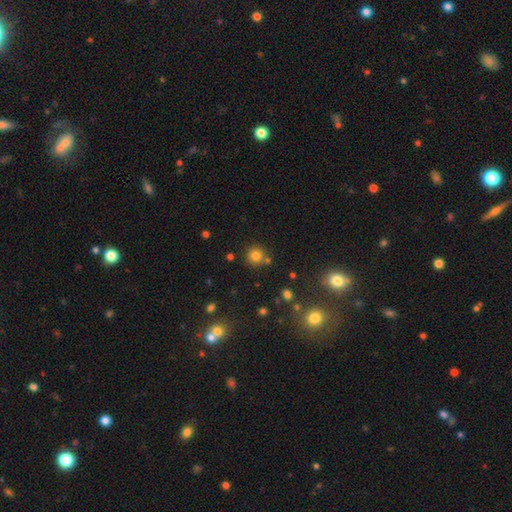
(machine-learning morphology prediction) Smooth or featured? smooth (78%)
How rounded? round (92%)
Merging? none (78%)